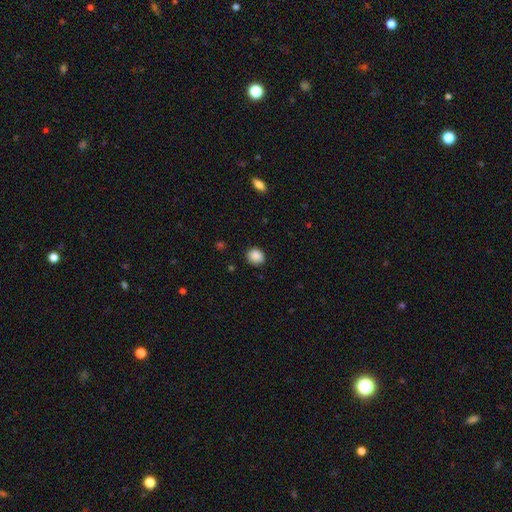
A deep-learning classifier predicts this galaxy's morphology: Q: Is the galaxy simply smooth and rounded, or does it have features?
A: smooth — 88%.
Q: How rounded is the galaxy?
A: round — 80%.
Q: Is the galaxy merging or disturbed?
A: none — 87%.